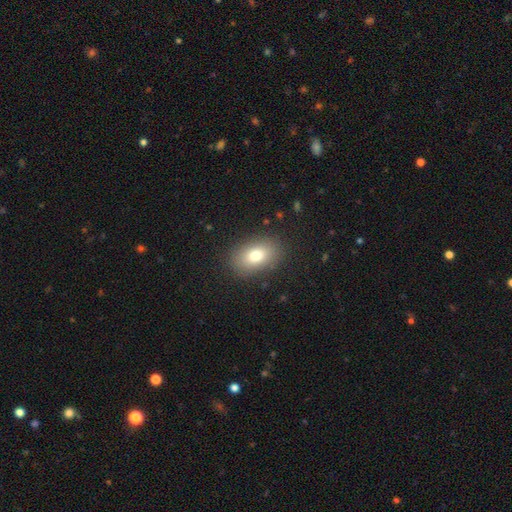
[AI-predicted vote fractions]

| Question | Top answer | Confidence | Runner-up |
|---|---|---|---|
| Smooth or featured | smooth | 78% | featured or disk (13%) |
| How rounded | in between | 85% | round (13%) |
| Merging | none | 86% | minor disturbance (9%) |